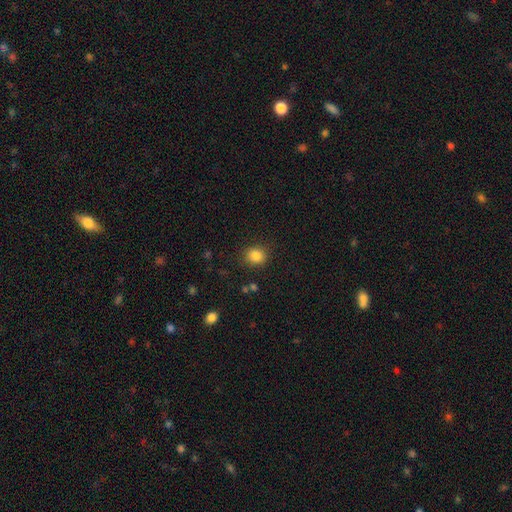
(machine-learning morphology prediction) Q: Smooth or featured?
A: smooth (85%); runner-up: star or artifact (11%)
Q: How rounded?
A: round (74%); runner-up: in between (26%)
Q: Merging?
A: none (85%); runner-up: minor disturbance (10%)